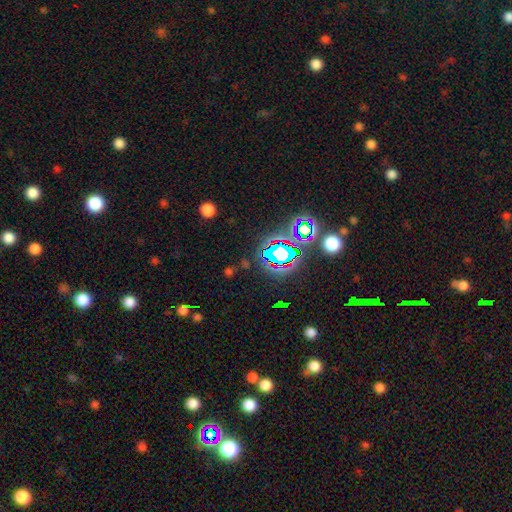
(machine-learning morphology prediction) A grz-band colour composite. It shows a star or artifact, not a galaxy (75%).